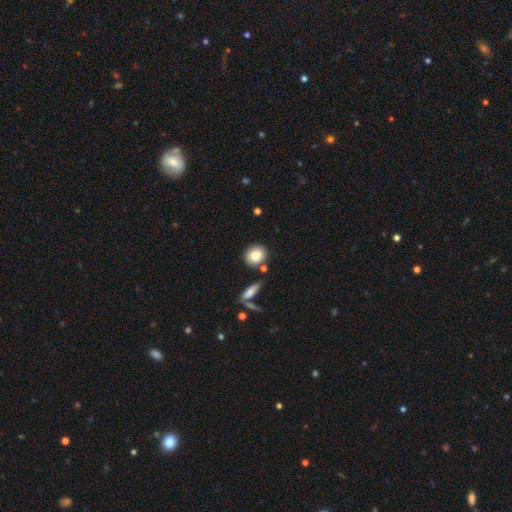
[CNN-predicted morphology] Smooth or featured?
  - smooth: 84% *
  - featured or disk: 8%
  - star or artifact: 8%
How rounded?
  - round: 61% *
  - in between: 37%
  - cigar-shaped: 2%
Merging?
  - none: 75% *
  - minor disturbance: 12%
  - merger: 10%
  - major disturbance: 3%